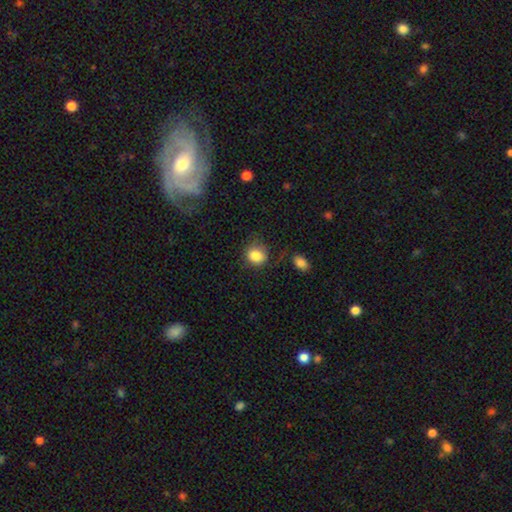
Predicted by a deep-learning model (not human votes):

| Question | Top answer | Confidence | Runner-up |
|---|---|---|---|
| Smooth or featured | smooth | 84% | star or artifact (10%) |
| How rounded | round | 79% | in between (21%) |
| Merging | none | 67% | minor disturbance (22%) |